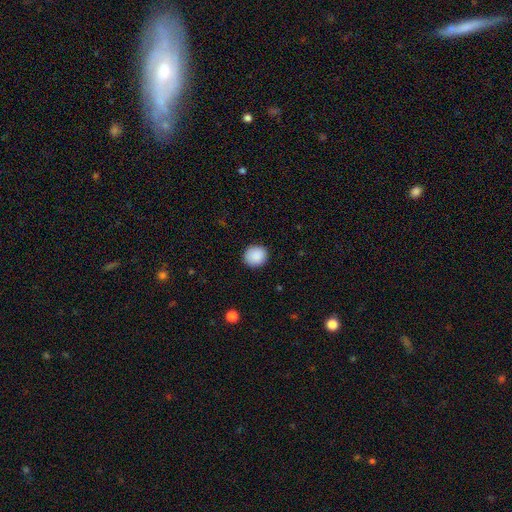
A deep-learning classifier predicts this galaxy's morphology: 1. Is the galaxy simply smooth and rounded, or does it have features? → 89% smooth, 8% star or artifact, 3% featured or disk.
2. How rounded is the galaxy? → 82% round, 17% in between, 1% cigar-shaped.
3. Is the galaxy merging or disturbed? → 89% none, 8% minor disturbance, 2% major disturbance, 1% merger.